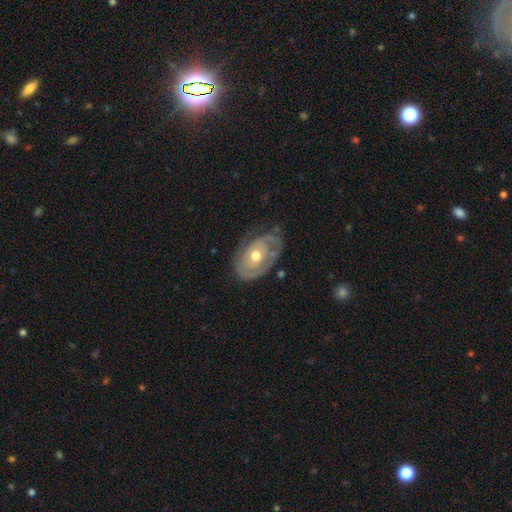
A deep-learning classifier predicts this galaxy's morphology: smooth-or-featured: featured or disk: 73% | smooth: 22% | star or artifact: 5%
  disk-edge-on: no: 95% | yes: 5%
    bar: no: 83% | weak: 13% | strong: 3%
    has-spiral-arms: yes: 70% | no: 30%
    bulge-size: moderate: 76% | small: 16% | large: 6% | none: 1% | dominant: 1%
  merging: none: 61% | minor disturbance: 26% | major disturbance: 12% | merger: 2%